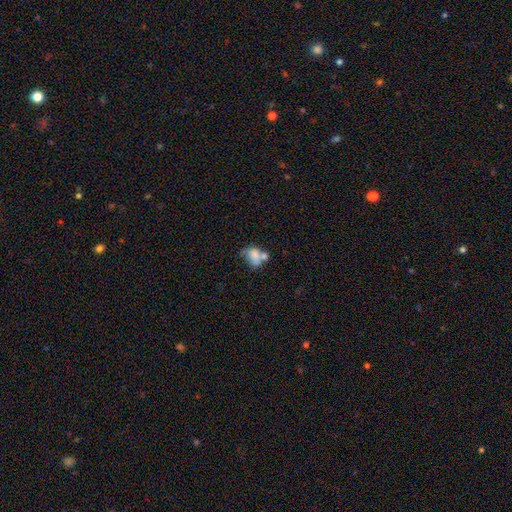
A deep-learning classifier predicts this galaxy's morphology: This is likely a smooth galaxy (67%). How rounded: likely in between (66%). Merging: possibly merger (46%).